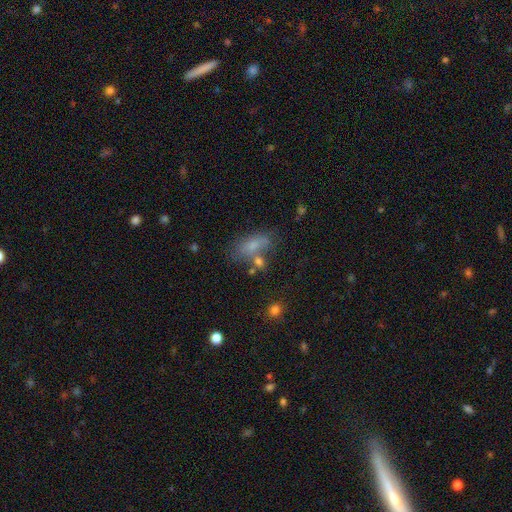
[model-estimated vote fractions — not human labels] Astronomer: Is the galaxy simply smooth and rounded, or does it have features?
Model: smooth — 61%.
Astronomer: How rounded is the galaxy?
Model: in between — 72%.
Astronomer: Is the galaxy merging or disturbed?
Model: none — 58%.